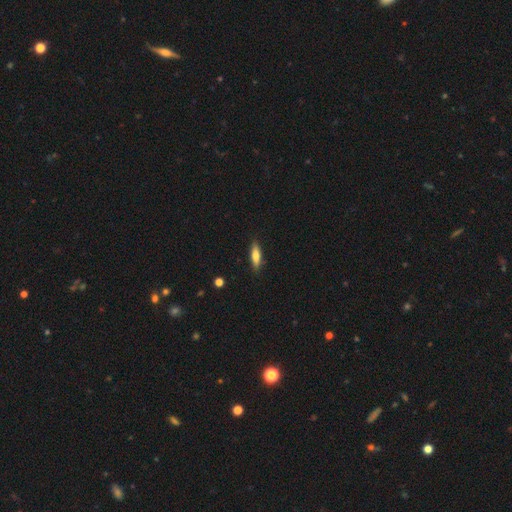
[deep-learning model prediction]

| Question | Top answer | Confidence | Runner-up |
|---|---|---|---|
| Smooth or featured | smooth | 69% | featured or disk (25%) |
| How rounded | cigar-shaped | 61% | in between (37%) |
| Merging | none | 87% | minor disturbance (10%) |